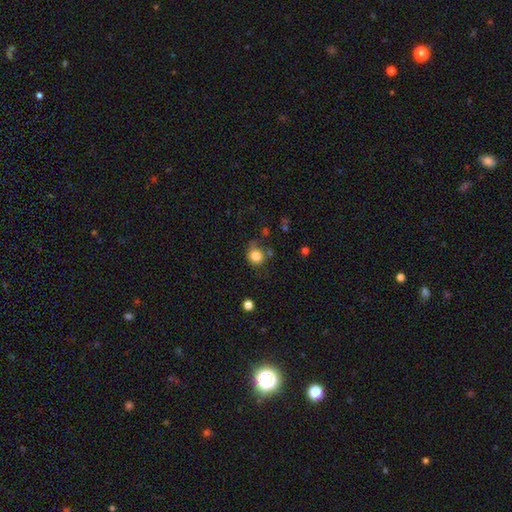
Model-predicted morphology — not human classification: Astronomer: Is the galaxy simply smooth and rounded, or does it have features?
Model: smooth — 82%.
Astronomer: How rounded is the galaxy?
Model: round — 80%.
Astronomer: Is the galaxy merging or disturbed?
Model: none — 58%.